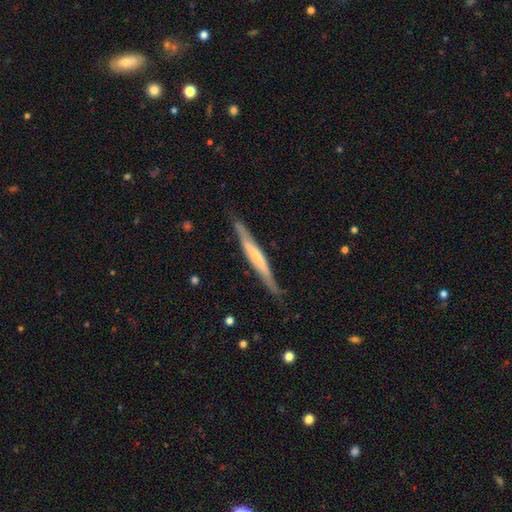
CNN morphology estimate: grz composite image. It shows a featured or disk galaxy (60%) viewed edge-on (92%) with no central bulge (53%). Merging: none (82%).